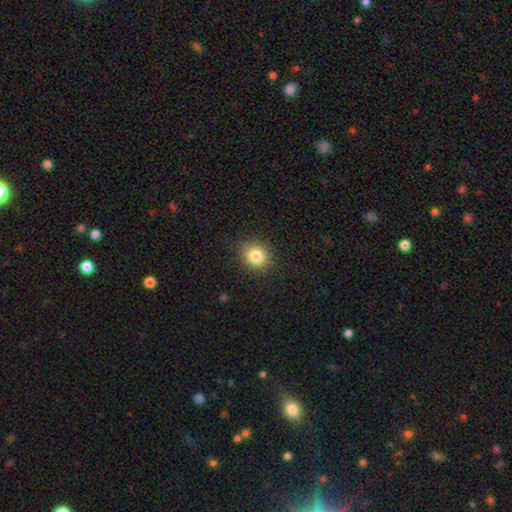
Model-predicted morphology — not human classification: A smooth galaxy with no disk features (83%) that is round (75%). Merging: none (88%).